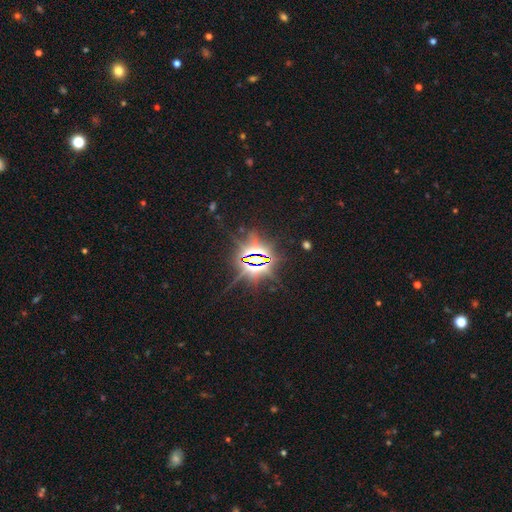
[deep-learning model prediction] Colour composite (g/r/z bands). It shows a star or artifact, not a galaxy (84%).